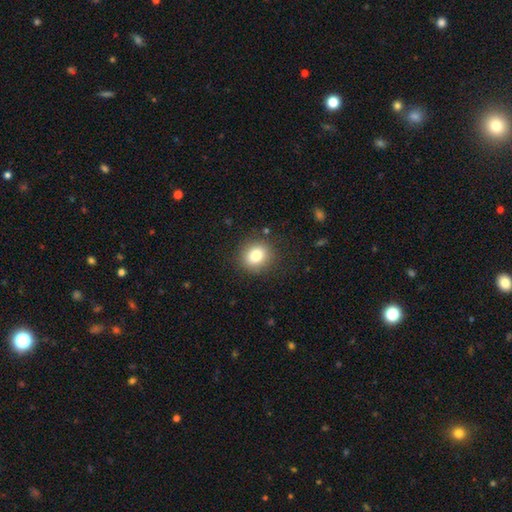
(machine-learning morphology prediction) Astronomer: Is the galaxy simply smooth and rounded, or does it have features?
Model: smooth — 82%.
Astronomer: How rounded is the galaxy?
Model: round — 79%.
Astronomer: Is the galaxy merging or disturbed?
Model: none — 87%.